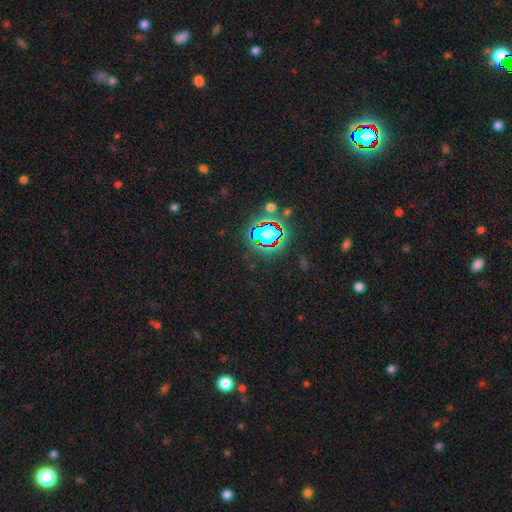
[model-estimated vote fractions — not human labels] A star or artifact, not a galaxy (81%).